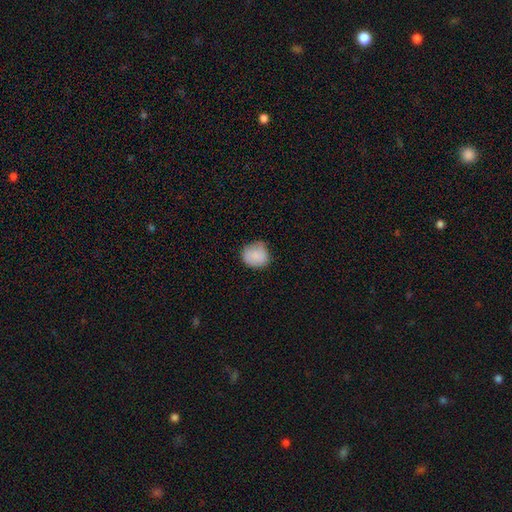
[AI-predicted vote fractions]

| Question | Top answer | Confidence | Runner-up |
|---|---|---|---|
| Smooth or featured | smooth | 86% | star or artifact (8%) |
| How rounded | round | 81% | in between (18%) |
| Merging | none | 70% | minor disturbance (24%) |